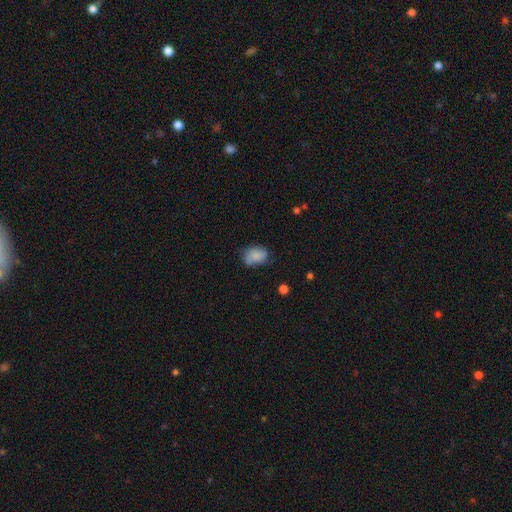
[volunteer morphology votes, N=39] smooth 92%, star or artifact 5%, featured or disk 3%. Down the decision tree: how rounded — in between (81%); merging — none (62%).